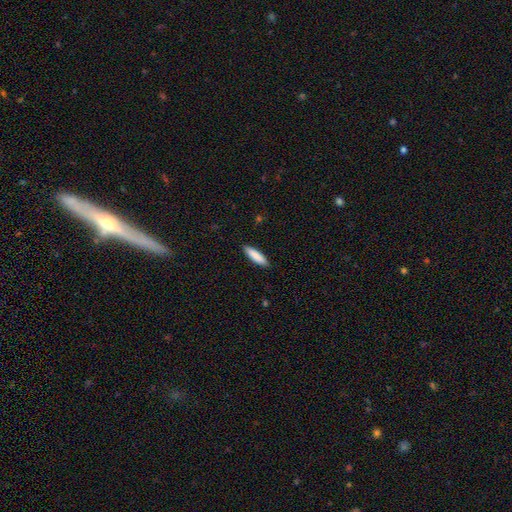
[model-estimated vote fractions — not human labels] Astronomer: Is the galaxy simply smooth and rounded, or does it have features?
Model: smooth — 88%.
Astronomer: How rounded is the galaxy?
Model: cigar-shaped — 66%.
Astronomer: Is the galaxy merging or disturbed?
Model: none — 90%.